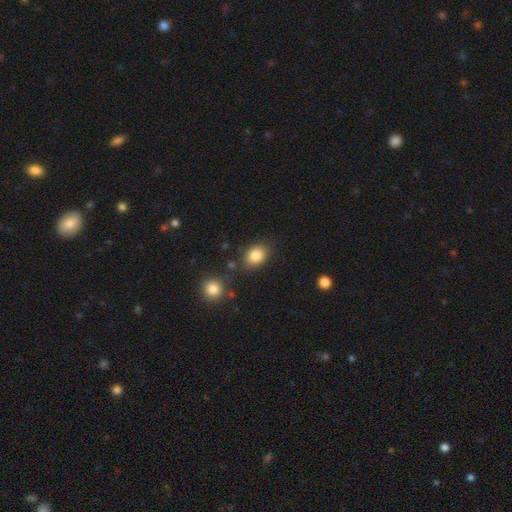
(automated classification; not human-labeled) Q: Smooth or featured?
A: smooth (85%); runner-up: star or artifact (9%)
Q: How rounded?
A: in between (69%); runner-up: round (30%)
Q: Merging?
A: none (78%); runner-up: minor disturbance (13%)